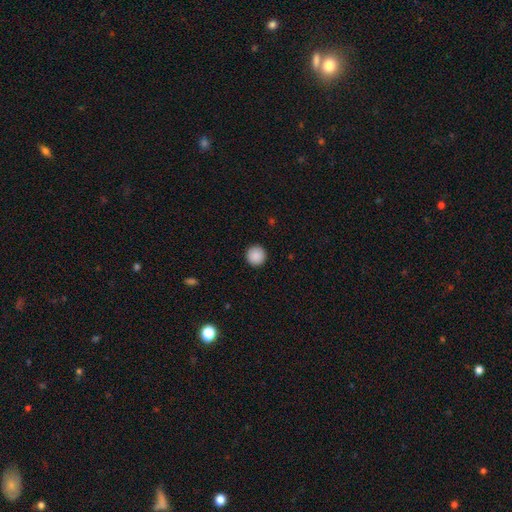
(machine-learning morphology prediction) This is clearly a smooth galaxy (89%). How rounded: clearly round (96%). Merging: clearly none (93%).